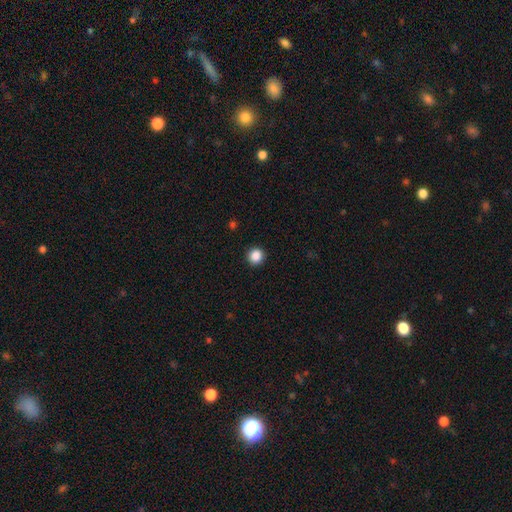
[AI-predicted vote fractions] Morphology: type=smooth (87%); roundness=round (94%); merging=none (93%).